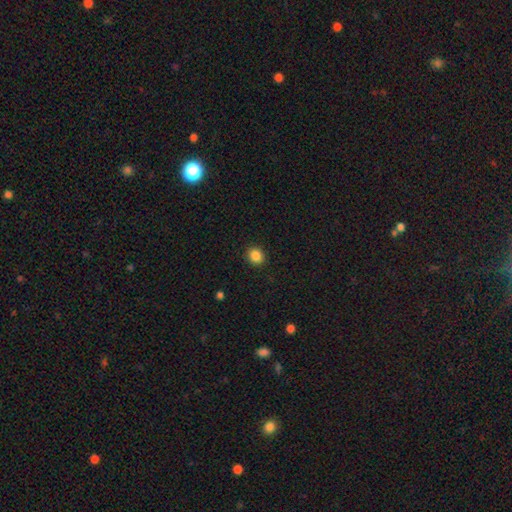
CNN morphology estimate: smooth 86%, star or artifact 10%, featured or disk 3%. Down the decision tree: how rounded — round (80%); merging — none (91%).